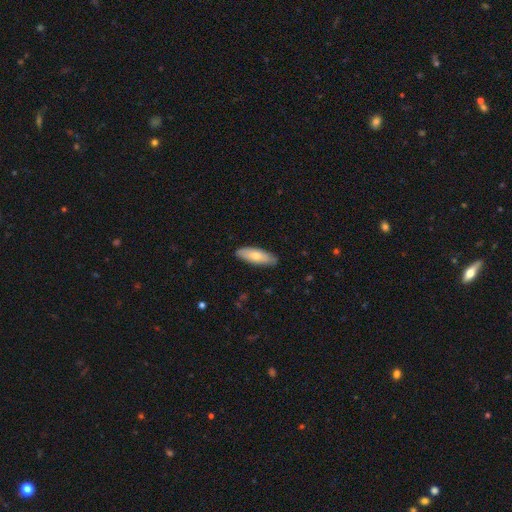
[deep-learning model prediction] Smooth or featured?
  - smooth: 70% *
  - featured or disk: 24%
  - star or artifact: 5%
How rounded?
  - in between: 62% *
  - cigar-shaped: 36%
  - round: 2%
Merging?
  - none: 87% *
  - minor disturbance: 10%
  - major disturbance: 2%
  - merger: 1%